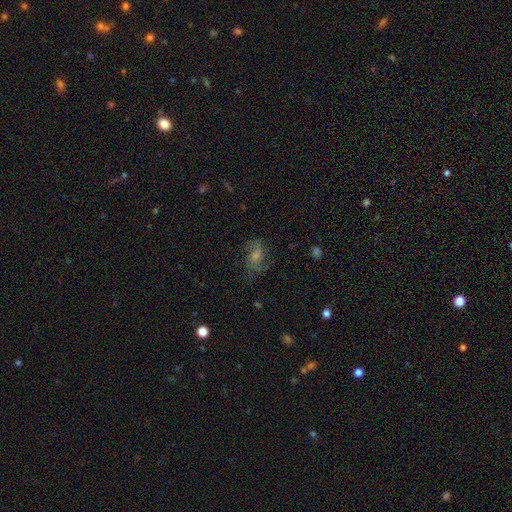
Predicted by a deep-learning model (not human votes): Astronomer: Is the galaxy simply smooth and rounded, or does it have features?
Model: featured or disk — 60%.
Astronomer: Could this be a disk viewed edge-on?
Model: no — 96%.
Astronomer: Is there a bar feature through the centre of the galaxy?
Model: no — 52% (runner-up: weak, 39%).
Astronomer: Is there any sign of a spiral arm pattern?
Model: yes — 87%.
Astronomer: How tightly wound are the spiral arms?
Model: medium — 44% (runner-up: loose, 42%).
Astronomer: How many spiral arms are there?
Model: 2 — 69%.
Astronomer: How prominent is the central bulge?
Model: moderate — 35% (runner-up: small, 32%).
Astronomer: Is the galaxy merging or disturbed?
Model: none — 60%.